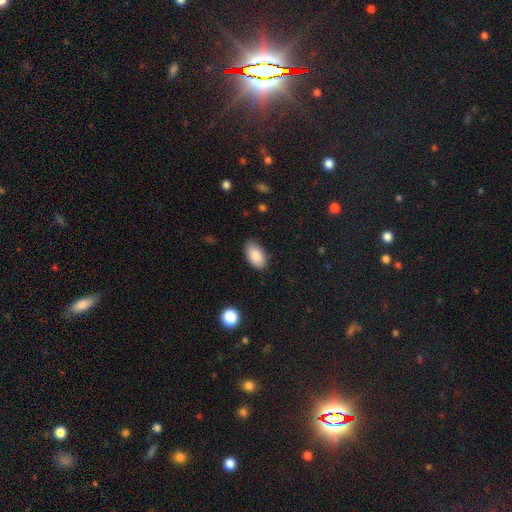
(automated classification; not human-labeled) This appears to be a smooth galaxy with no disk features (88%) that is in between round and cigar-shaped (94%). Merging: none (83%).